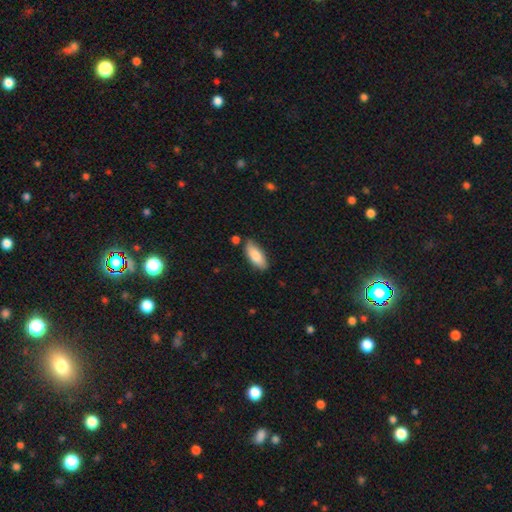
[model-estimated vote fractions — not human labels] A smooth galaxy with no disk features (83%) that is in between round and cigar-shaped (80%). Merging: none (76%).